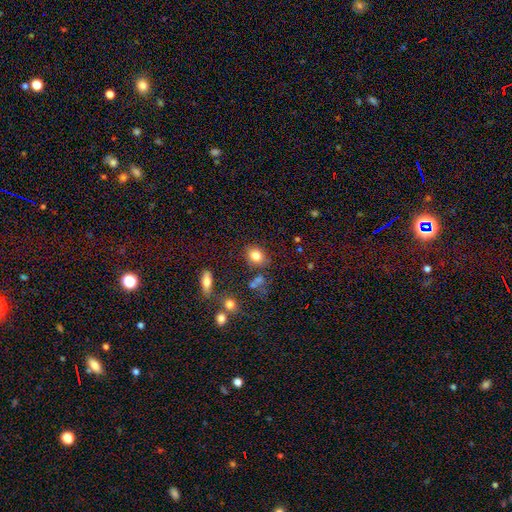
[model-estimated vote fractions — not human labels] Overall: smooth (81%). How rounded: round (51%; in between 48%). Merging: none (76%).